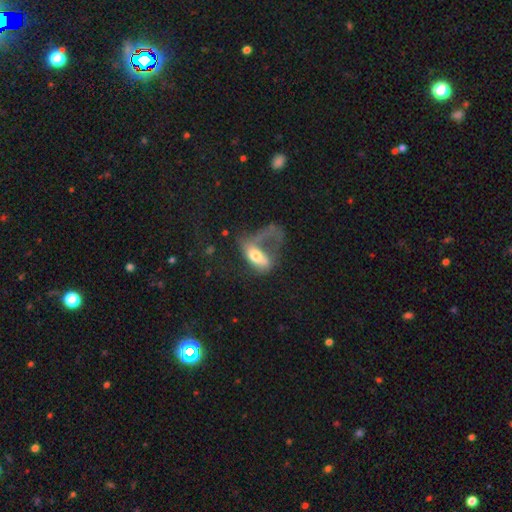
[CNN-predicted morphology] smooth-or-featured: smooth: 55% | featured or disk: 37% | star or artifact: 8%
  how-rounded: in between: 82% | cigar-shaped: 12% | round: 6%
  merging: major disturbance: 68% | none: 12% | minor disturbance: 11% | merger: 8%